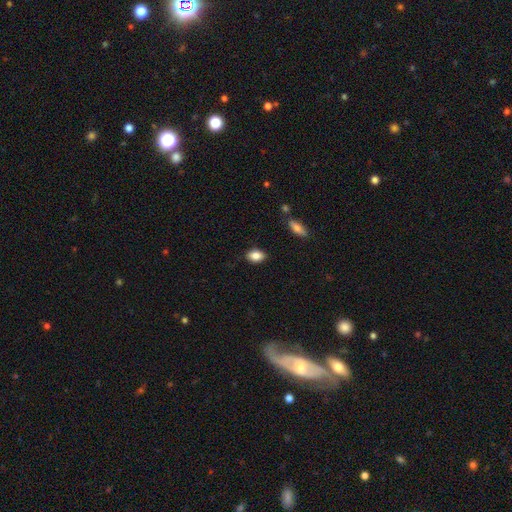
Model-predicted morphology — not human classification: The model was most divided on "how rounded": in between: 82%, round: 15%, cigar-shaped: 2%. More confident: merging — none (86%); smooth or featured — smooth (85%).